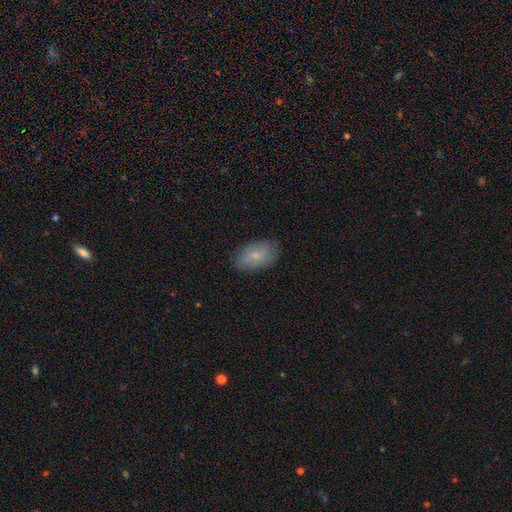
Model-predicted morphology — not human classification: This is likely a smooth galaxy (74%). How rounded: clearly in between (92%). Merging: clearly none (81%).